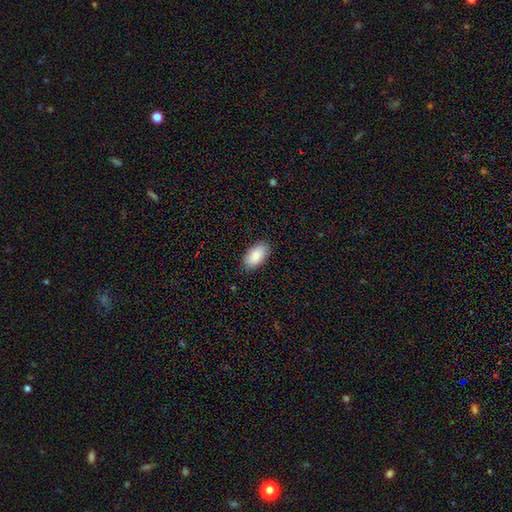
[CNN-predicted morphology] This is clearly a smooth galaxy (87%). How rounded: clearly in between (95%). Merging: clearly none (87%).